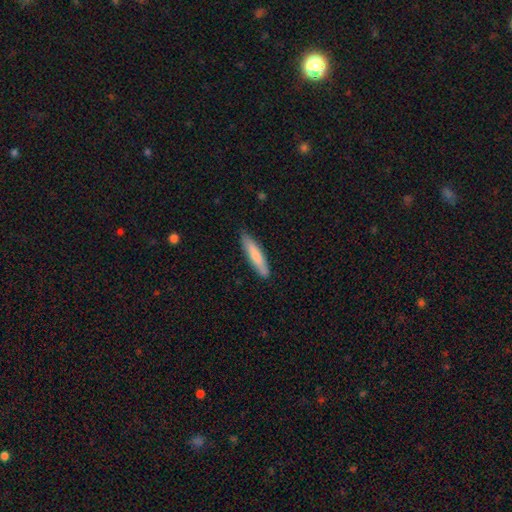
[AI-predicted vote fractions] Overall: smooth (74%). How rounded: cigar-shaped (86%). Merging: none (84%).